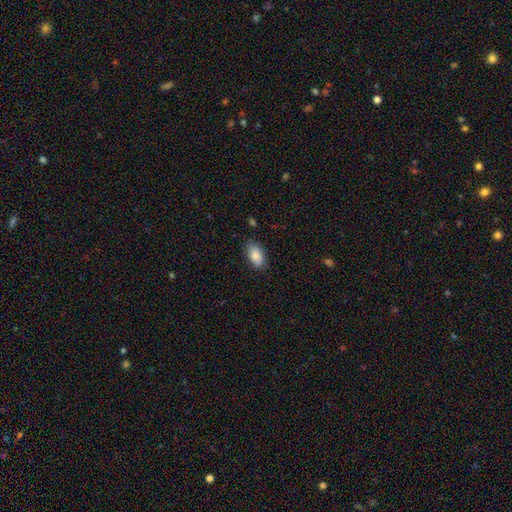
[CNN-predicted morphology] A smooth galaxy with no disk features (86%) that is in between round and cigar-shaped (93%). Merging: none (80%).